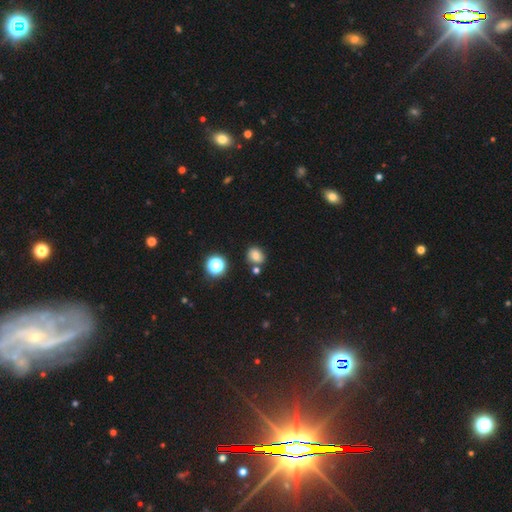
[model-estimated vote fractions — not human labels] A smooth galaxy with no disk features (75%) that is round (55%). Merging: none (70%).